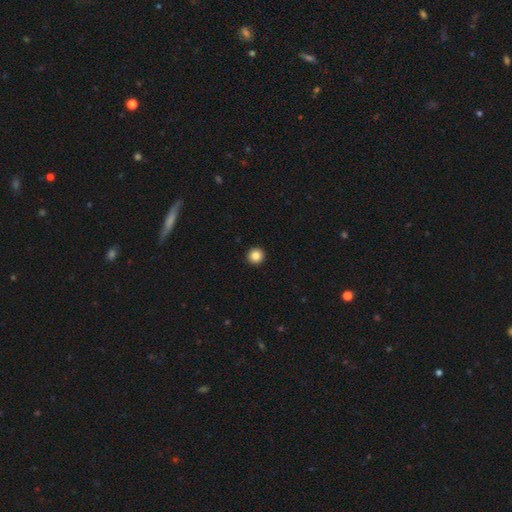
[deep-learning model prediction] A smooth galaxy with no disk features (85%) that is round (95%). Merging: none (94%).